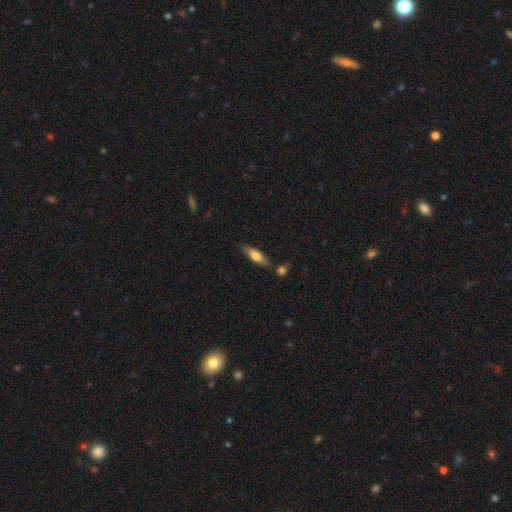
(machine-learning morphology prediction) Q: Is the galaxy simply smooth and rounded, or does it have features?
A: smooth — 64%.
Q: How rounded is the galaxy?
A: cigar-shaped — 56%.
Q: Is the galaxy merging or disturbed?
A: none — 72%.